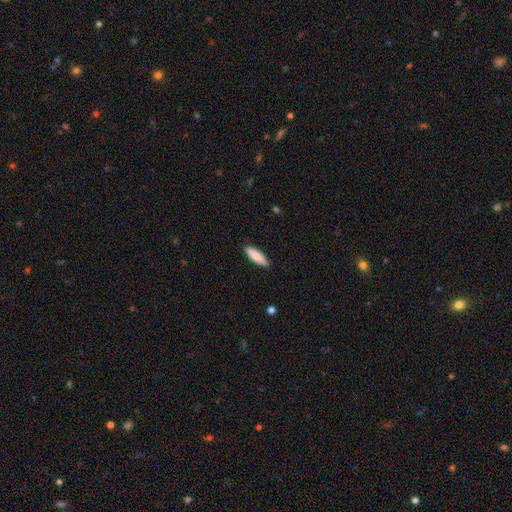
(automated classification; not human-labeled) Morphology: type=smooth (86%); roundness=in between (49%, tied with cigar-shaped); merging=none (86%).